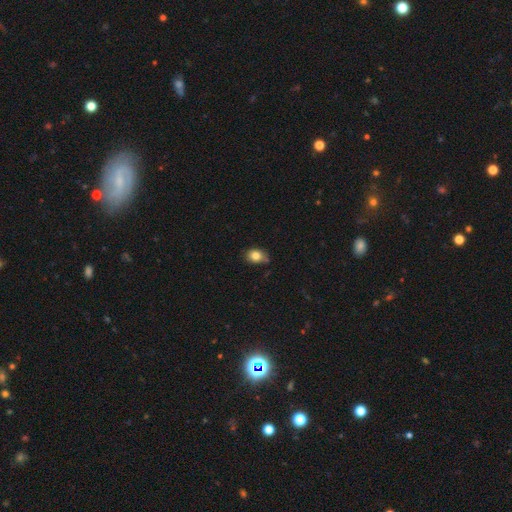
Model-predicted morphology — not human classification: This is clearly a smooth galaxy (82%). How rounded: possibly in between (59%). Merging: likely none (71%).